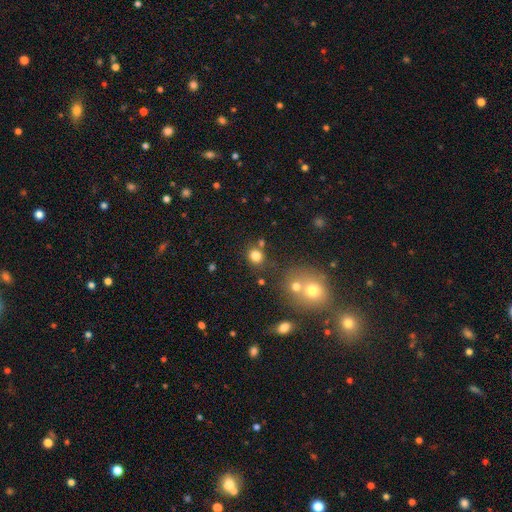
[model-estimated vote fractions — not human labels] smooth_or_featured: smooth (p=0.80) [alt: star or artifact p=0.14]
how_rounded: round (p=0.81) [alt: in between p=0.18]
merging: none (p=0.75) [alt: merger p=0.11]